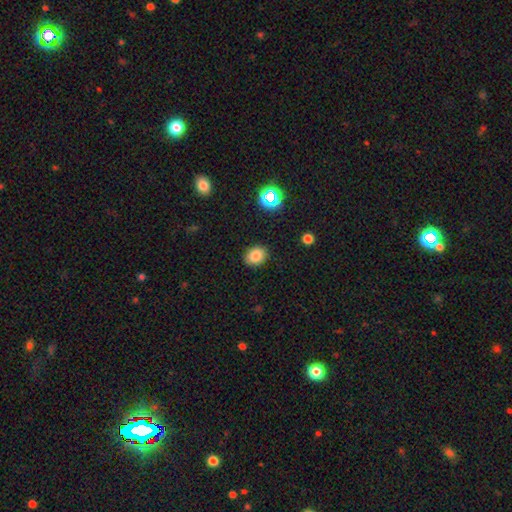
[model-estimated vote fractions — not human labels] smooth_or_featured: smooth (p=0.81) [alt: star or artifact p=0.13]
how_rounded: in between (p=0.57) [alt: round p=0.42]
merging: none (p=0.87) [alt: minor disturbance p=0.09]